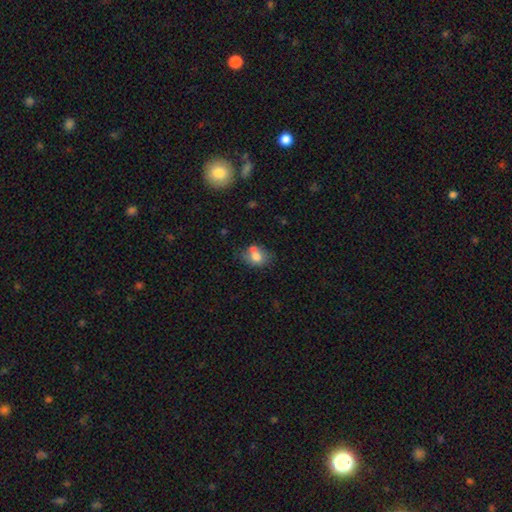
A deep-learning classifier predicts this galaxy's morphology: Smooth or featured? smooth (72%)
How rounded? in between (53%)
Merging? none (46%)